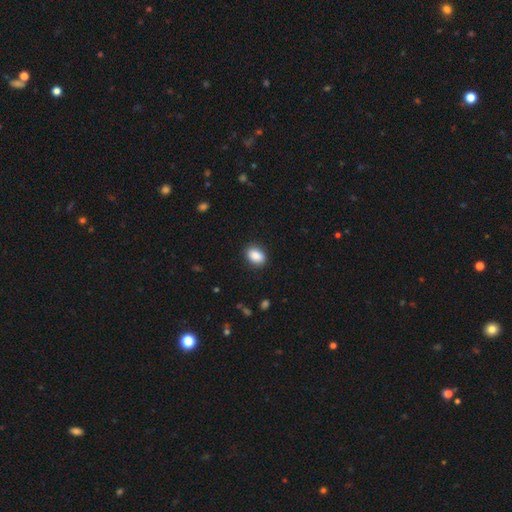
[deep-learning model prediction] Smooth or featured? Predicted: smooth (p=0.89). How rounded? Predicted: in between (p=0.78). Merging? Predicted: none (p=0.88).